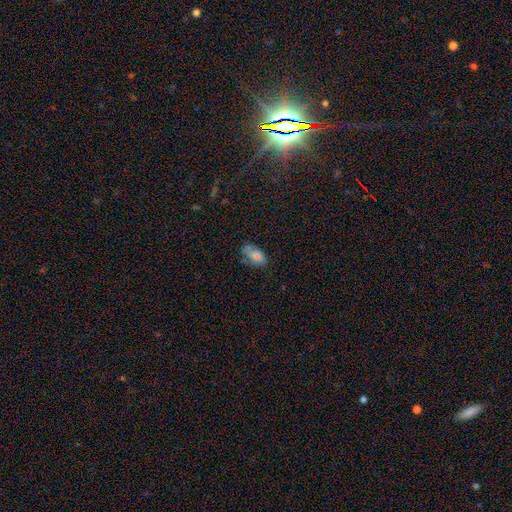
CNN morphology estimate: smooth 70%, featured or disk 20%, star or artifact 10%. Down the decision tree: how rounded — in between (92%); merging — none (51%).